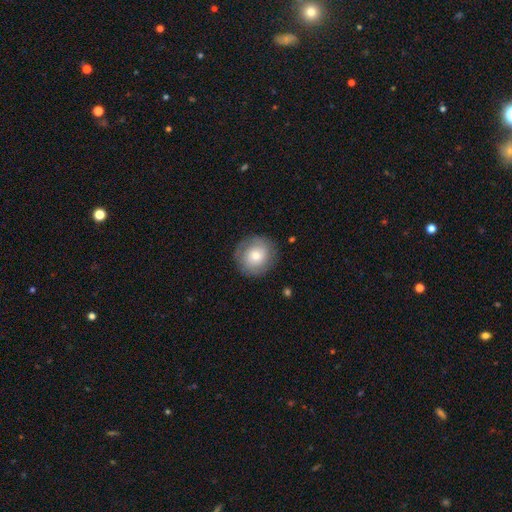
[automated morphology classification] Q: Smooth or featured?
A: smooth (64%); runner-up: featured or disk (28%)
Q: How rounded?
A: round (92%); runner-up: in between (7%)
Q: Merging?
A: none (85%); runner-up: minor disturbance (10%)